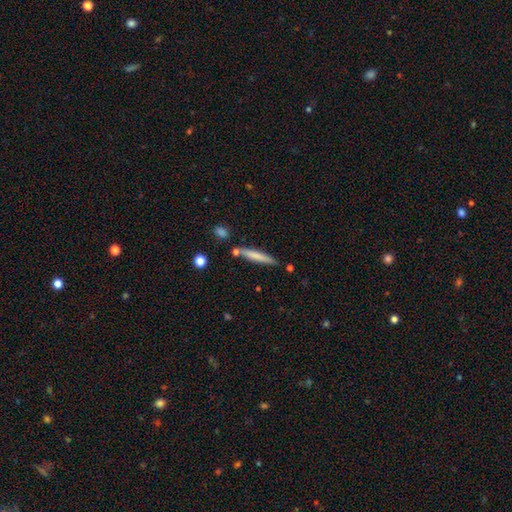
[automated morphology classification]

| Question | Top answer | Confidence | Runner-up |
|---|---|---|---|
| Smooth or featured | smooth | 68% | featured or disk (26%) |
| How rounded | cigar-shaped | 94% | in between (5%) |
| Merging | none | 77% | minor disturbance (13%) |